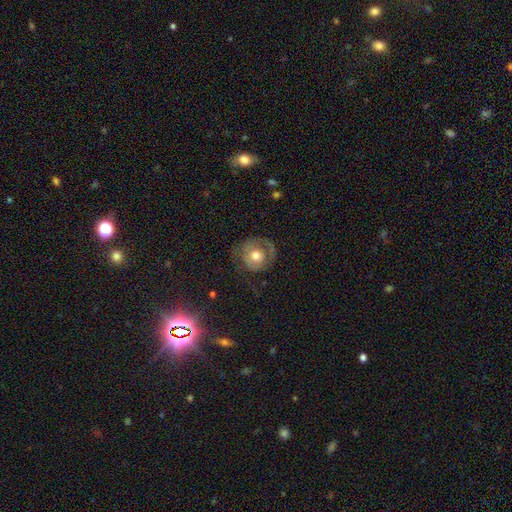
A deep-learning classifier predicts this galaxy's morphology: Smooth or featured? smooth (48%)
Merging? none (60%)